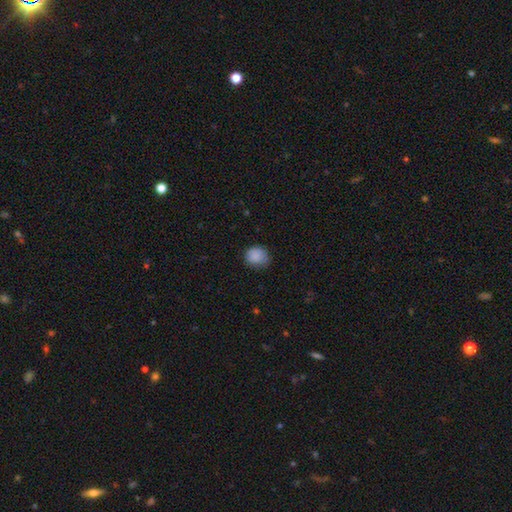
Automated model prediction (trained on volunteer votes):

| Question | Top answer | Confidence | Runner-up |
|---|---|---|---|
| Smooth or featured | smooth | 87% | star or artifact (8%) |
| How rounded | round | 75% | in between (24%) |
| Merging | none | 72% | minor disturbance (23%) |